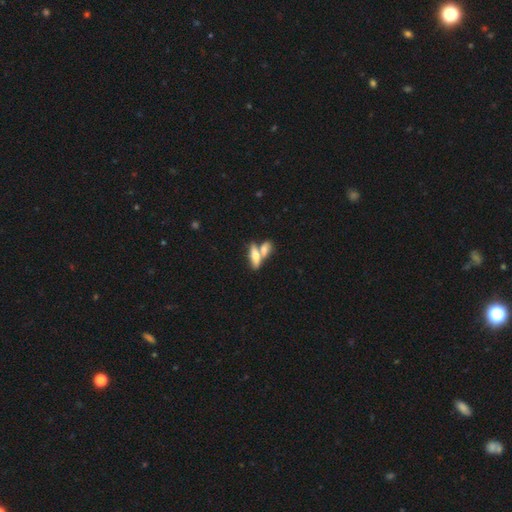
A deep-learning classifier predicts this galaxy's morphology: Smooth or featured? Predicted: smooth (p=0.60). How rounded? Predicted: in between (p=0.59). Merging? Predicted: merger (p=0.50).